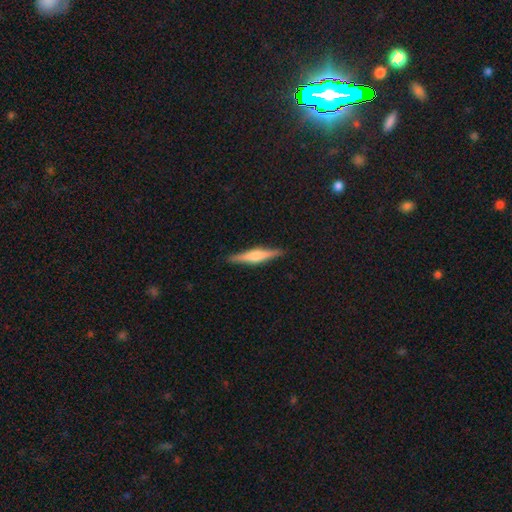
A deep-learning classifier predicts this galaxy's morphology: featured or disk 61%, smooth 33%, star or artifact 6%. Down the decision tree: edge-on disk — yes (97%); edge-on bulge — rounded (73%); merging — none (90%).